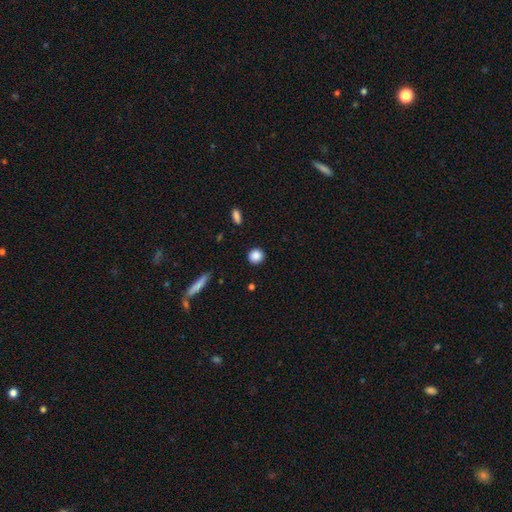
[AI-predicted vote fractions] Smooth or featured? Predicted: smooth (p=0.88). How rounded? Predicted: round (p=0.90). Merging? Predicted: none (p=0.90).